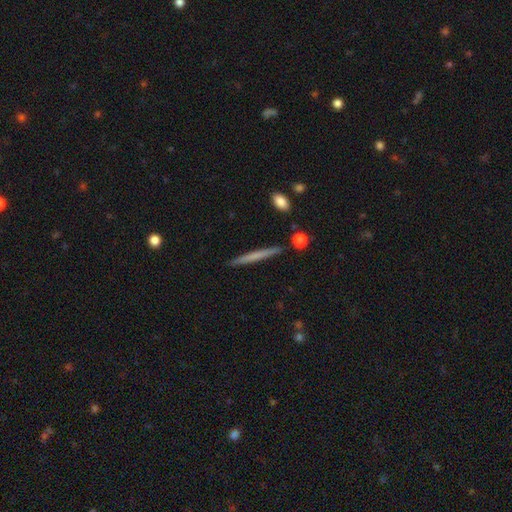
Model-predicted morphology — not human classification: Smooth or featured? smooth (54%)
How rounded? cigar-shaped (96%)
Merging? none (90%)